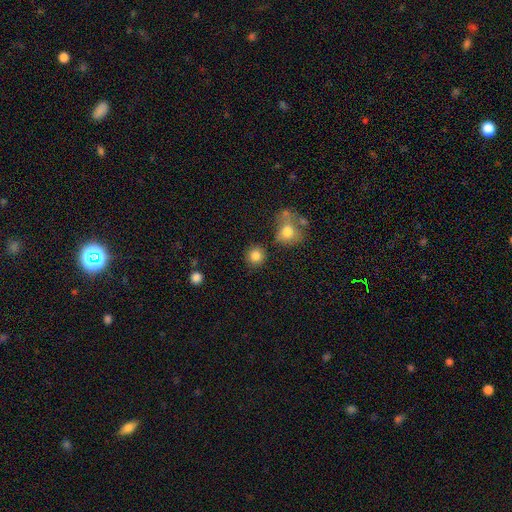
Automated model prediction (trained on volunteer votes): Smooth or featured? Predicted: smooth (p=0.84). How rounded? Predicted: round (p=0.90). Merging? Predicted: none (p=0.80).